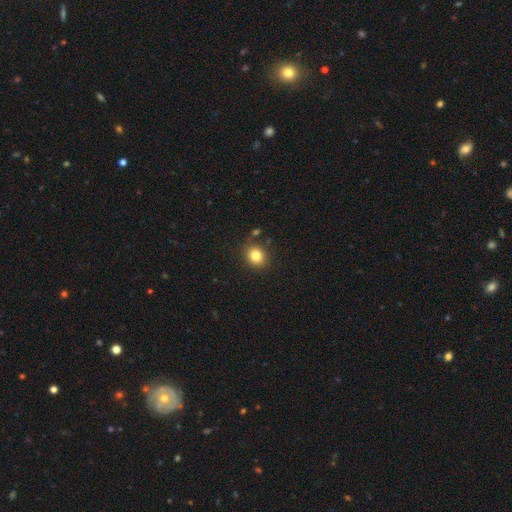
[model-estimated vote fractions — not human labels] Overall: smooth (81%). How rounded: round (69%; in between 30%). Merging: none (81%).